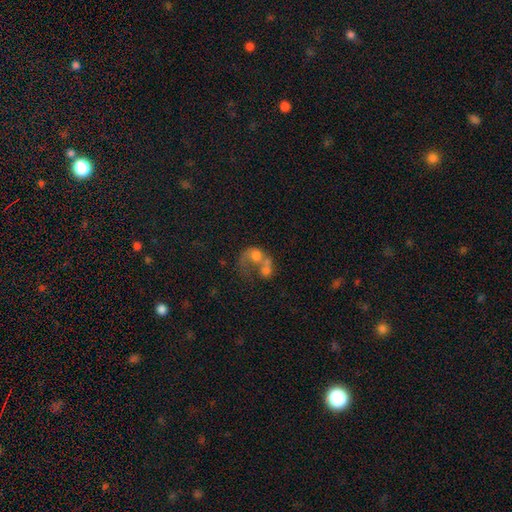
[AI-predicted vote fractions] This appears to be a smooth galaxy with no disk features (48%). Merging: merger (63%).